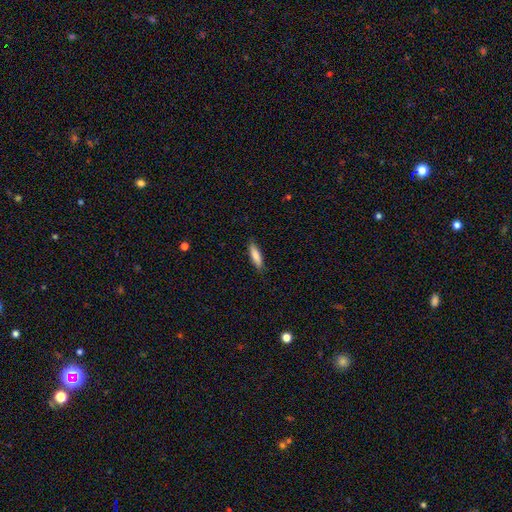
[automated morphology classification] Smooth or featured: smooth — 80% (featured or disk — 14%)
How rounded: cigar-shaped — 63% (in between — 35%)
Merging: none — 86% (minor disturbance — 11%)